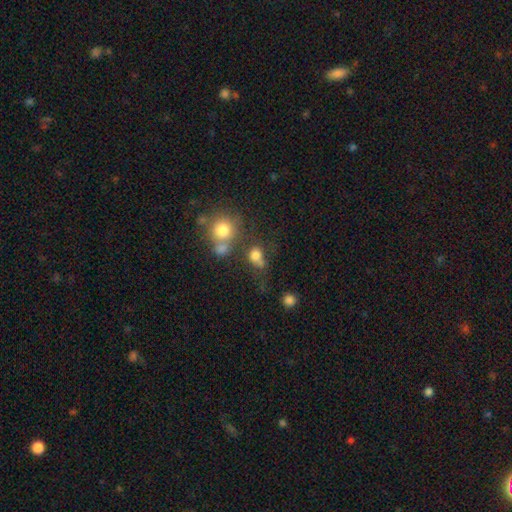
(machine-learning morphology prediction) Smooth or featured? Predicted: smooth (p=0.76). How rounded? Predicted: round (p=0.66). Merging? Predicted: none (p=0.45).